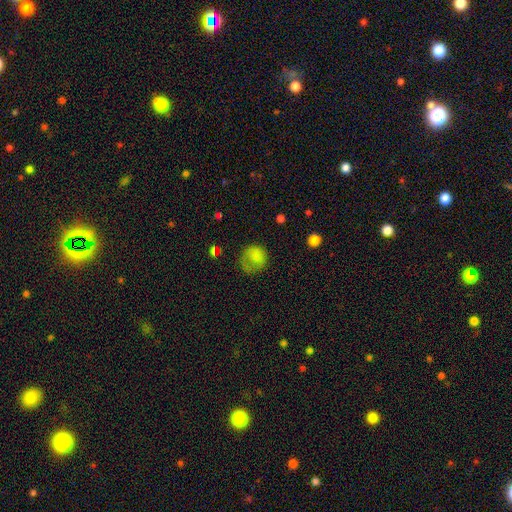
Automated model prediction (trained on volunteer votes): Smooth or featured: smooth — 70% (featured or disk — 16%)
How rounded: round — 71% (in between — 28%)
Merging: none — 47% (major disturbance — 26%)